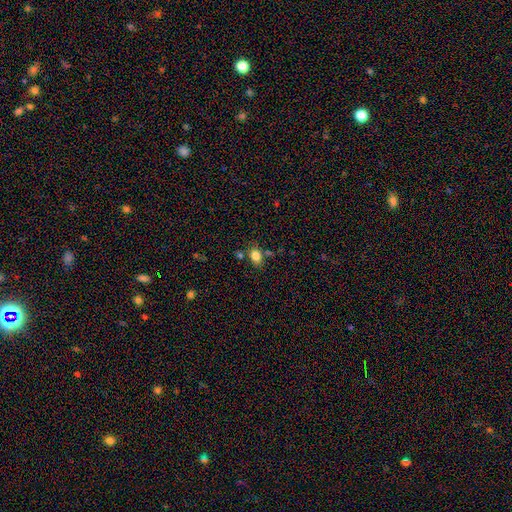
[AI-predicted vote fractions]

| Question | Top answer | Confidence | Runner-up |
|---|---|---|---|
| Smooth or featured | smooth | 83% | star or artifact (11%) |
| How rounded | in between | 70% | round (28%) |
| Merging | none | 73% | minor disturbance (14%) |